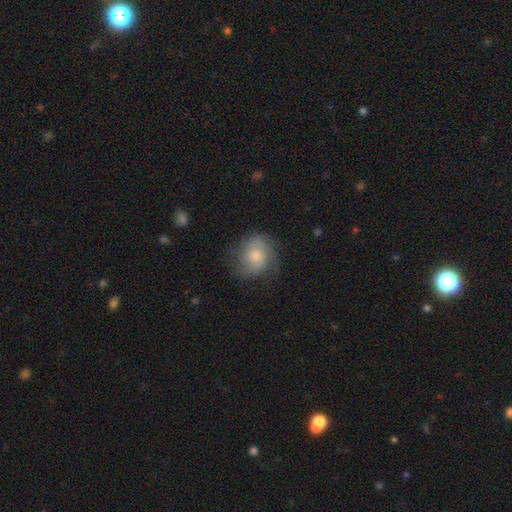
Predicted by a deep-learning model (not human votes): This is possibly a featured or disk galaxy (53%). It is clearly not viewed edge-on (97%). Bar: likely no (69%). Spiral arm pattern: clearly yes (88%). Central bulge: possibly small (46%). Merging: likely none (68%).